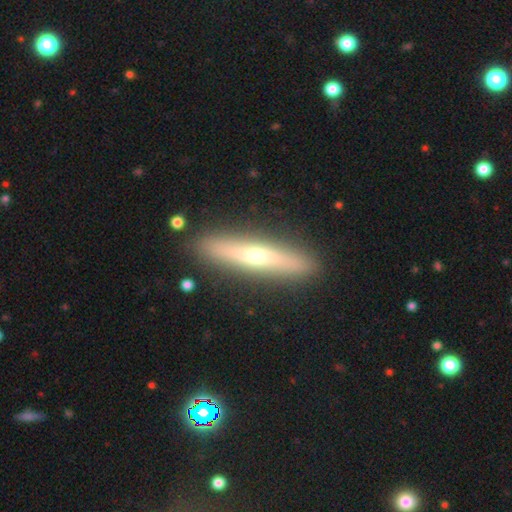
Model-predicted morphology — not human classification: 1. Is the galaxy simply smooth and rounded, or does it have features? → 55% featured or disk, 38% smooth, 6% star or artifact.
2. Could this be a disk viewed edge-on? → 87% yes, 13% no.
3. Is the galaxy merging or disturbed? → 89% none, 7% minor disturbance, 2% major disturbance, 2% merger.